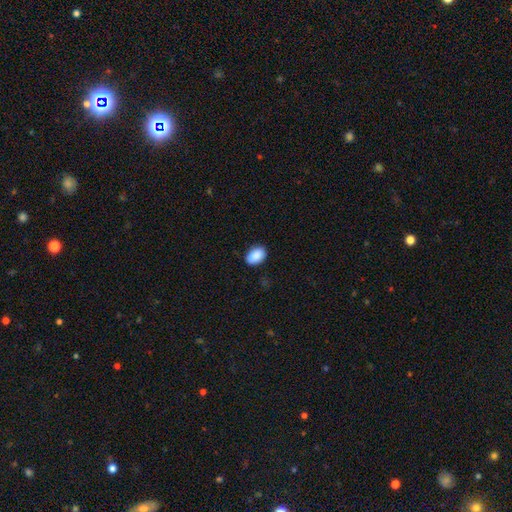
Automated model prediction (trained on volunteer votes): smooth 89%, star or artifact 7%, featured or disk 4%. Down the decision tree: how rounded — in between (87%); merging — none (84%).